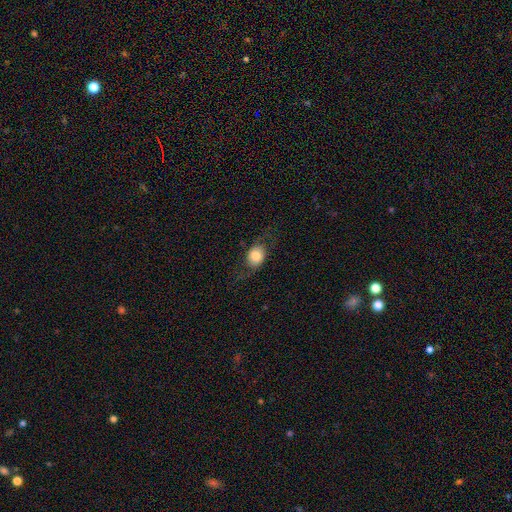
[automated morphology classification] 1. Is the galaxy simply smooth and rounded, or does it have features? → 67% smooth, 24% featured or disk, 9% star or artifact.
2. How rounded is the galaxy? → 54% round, 45% in between, 2% cigar-shaped.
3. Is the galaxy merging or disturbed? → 68% none, 18% minor disturbance, 13% major disturbance, 1% merger.